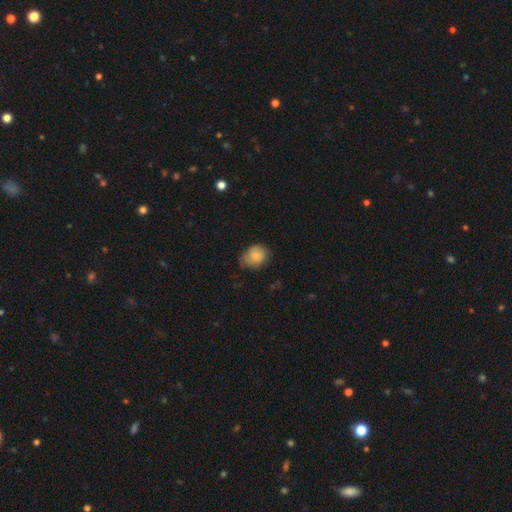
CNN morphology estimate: Smooth or featured: smooth — 80% (featured or disk — 12%)
How rounded: round — 53% (in between — 46%)
Merging: none — 54% (minor disturbance — 35%)